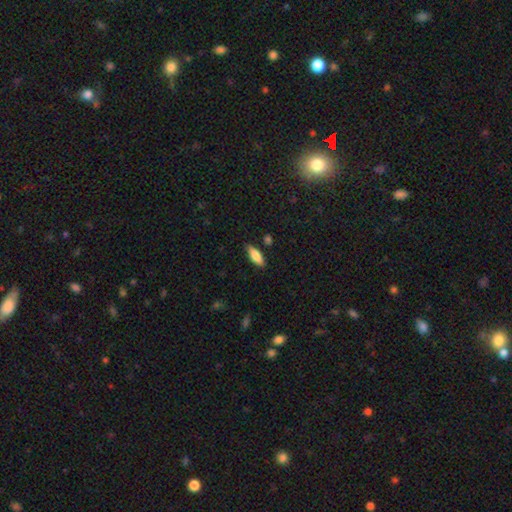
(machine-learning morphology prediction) smooth 78%, featured or disk 16%, star or artifact 6%. Down the decision tree: how rounded — in between (68%); merging — none (83%).